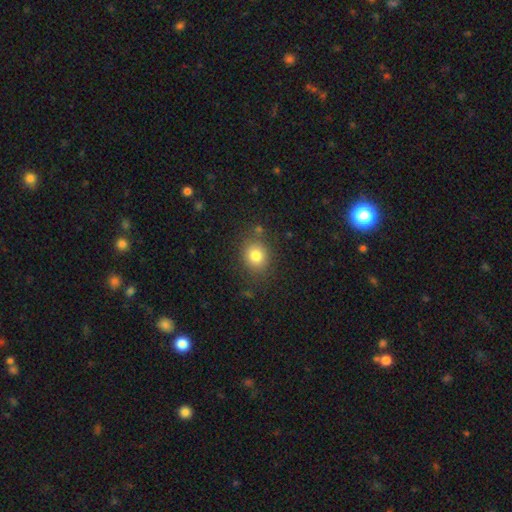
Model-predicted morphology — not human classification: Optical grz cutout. It shows a smooth galaxy with no disk features (81%) that is round (69%). Merging: none (80%).